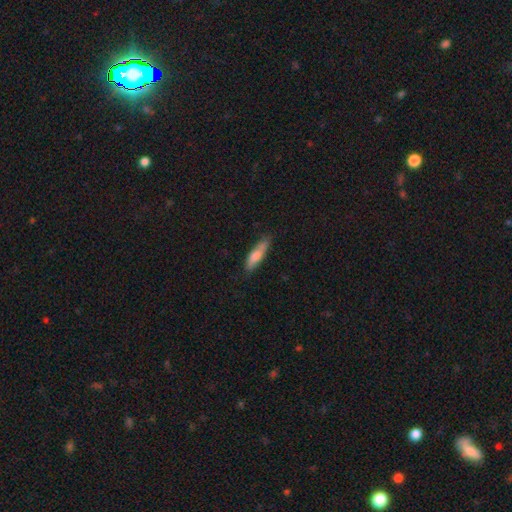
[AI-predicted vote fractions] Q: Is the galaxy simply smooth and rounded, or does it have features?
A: smooth — 76%.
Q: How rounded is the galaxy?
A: cigar-shaped — 67%.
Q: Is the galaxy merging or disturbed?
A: none — 70%.